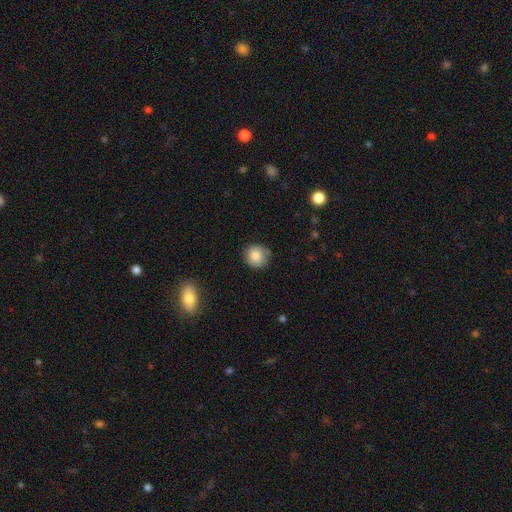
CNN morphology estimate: This appears to be a smooth galaxy with no disk features (86%) that is round (89%). Merging: none (82%).